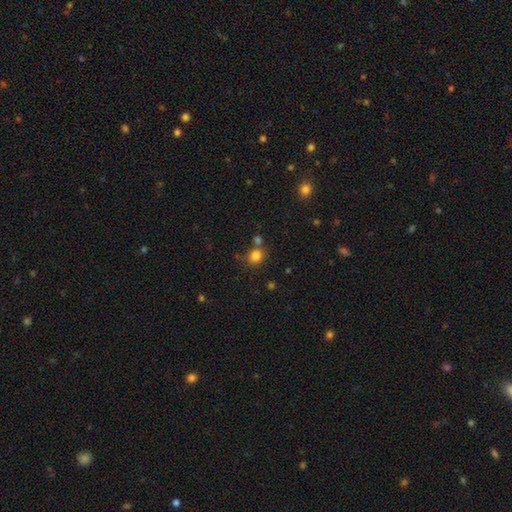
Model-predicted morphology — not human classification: smooth 81%, star or artifact 13%, featured or disk 6%. Down the decision tree: how rounded — round (77%); merging — none (67%).